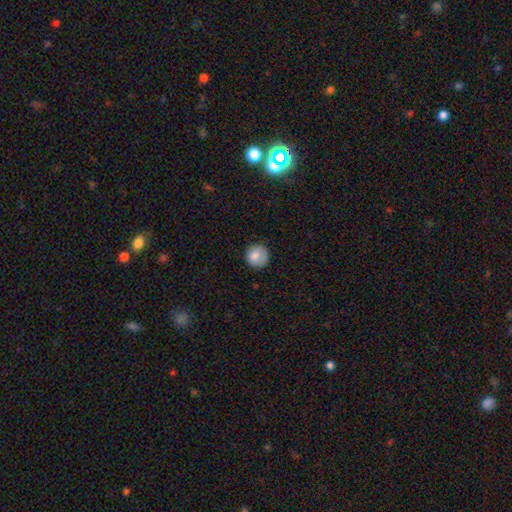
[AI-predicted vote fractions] This appears to be a smooth galaxy with no disk features (83%) that is round (92%). Merging: none (81%).